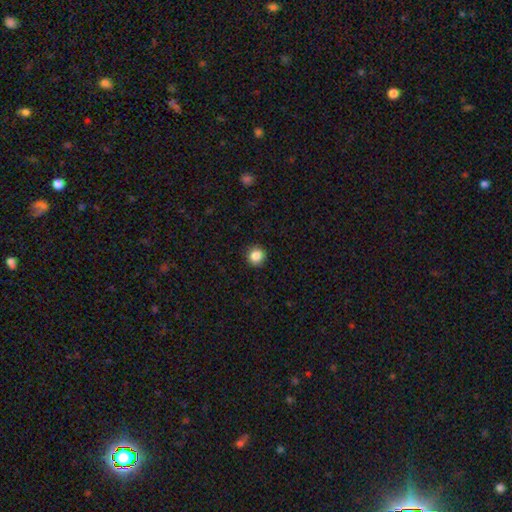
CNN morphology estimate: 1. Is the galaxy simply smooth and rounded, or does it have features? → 86% smooth, 10% star or artifact, 4% featured or disk.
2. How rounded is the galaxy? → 94% round, 5% in between, 1% cigar-shaped.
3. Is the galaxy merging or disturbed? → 91% none, 6% minor disturbance, 2% major disturbance, 1% merger.